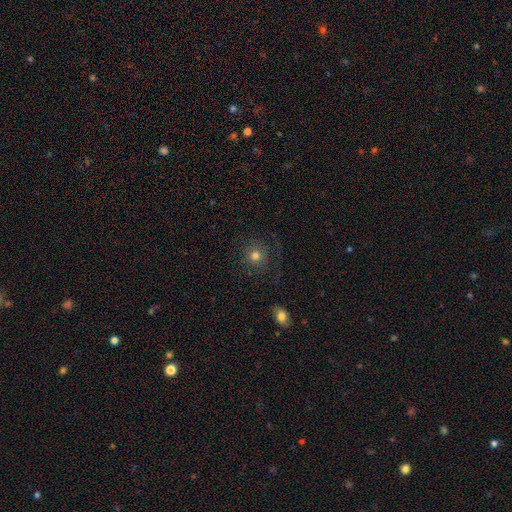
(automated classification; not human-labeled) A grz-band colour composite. It shows a smooth galaxy with no disk features (74%) that is round (91%). Merging: none (74%).